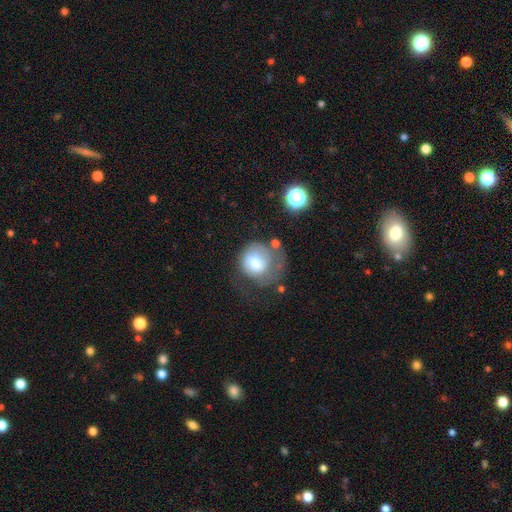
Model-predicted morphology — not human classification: Smooth or featured? smooth (51%)
How rounded? round (80%)
Merging? major disturbance (37%)